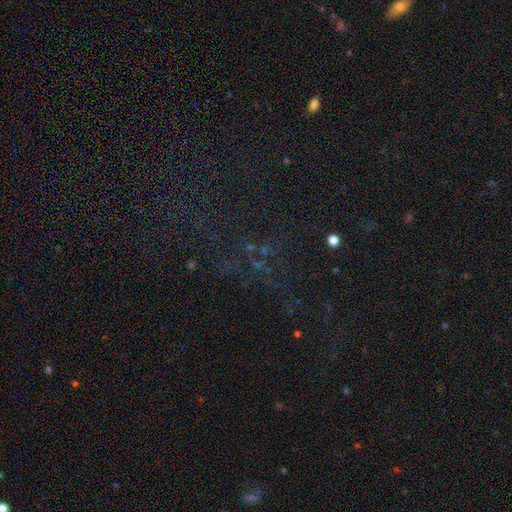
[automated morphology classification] This is likely a star or artifact rather than a galaxy (69%).